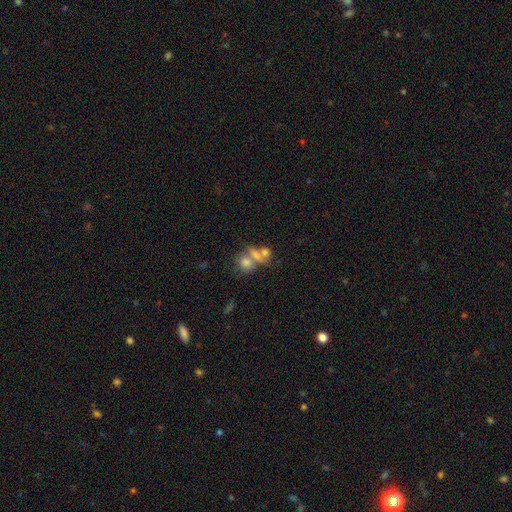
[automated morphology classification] type=smooth (58%); roundness=in between (48%, tied with round); merging=merger (53%).